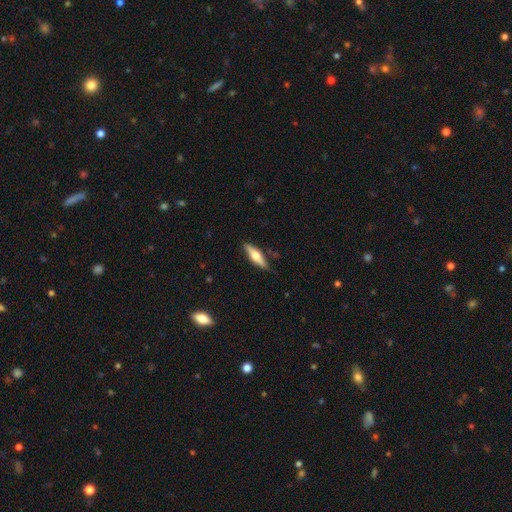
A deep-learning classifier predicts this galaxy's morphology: A featured or disk galaxy (47%, tied with smooth). Merging: none (85%).